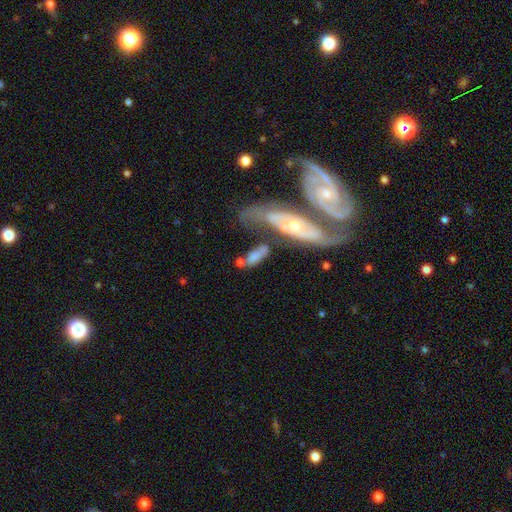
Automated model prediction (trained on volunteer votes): Smooth or featured? Predicted: smooth (p=0.56). How rounded? Predicted: in between (p=0.60). Merging? Predicted: none (p=0.34).